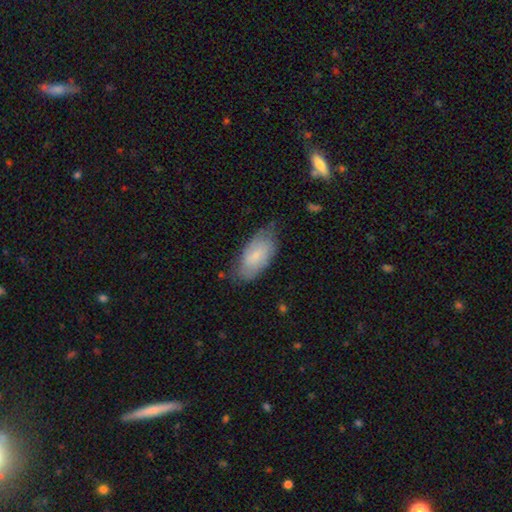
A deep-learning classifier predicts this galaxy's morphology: A smooth galaxy with no disk features (65%) that is in between round and cigar-shaped (91%). Merging: none (64%).